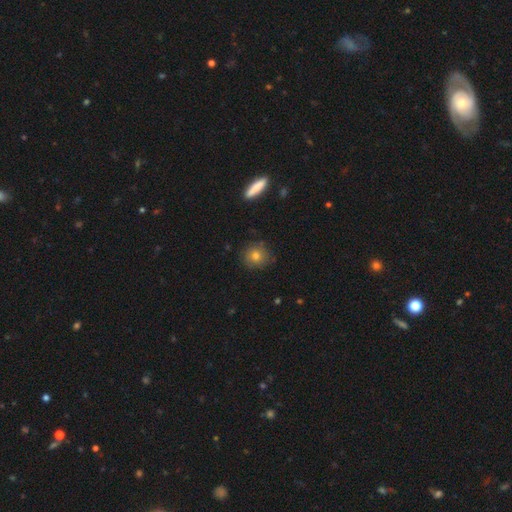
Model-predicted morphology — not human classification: A smooth galaxy with no disk features (77%) that is round (87%). Merging: none (83%).